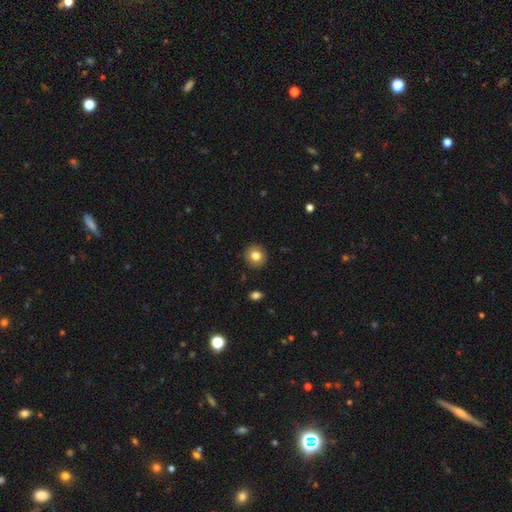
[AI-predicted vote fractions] Smooth or featured?
  - smooth: 81% *
  - star or artifact: 10%
  - featured or disk: 9%
How rounded?
  - round: 90% *
  - in between: 9%
  - cigar-shaped: 1%
Merging?
  - none: 91% *
  - minor disturbance: 6%
  - major disturbance: 2%
  - merger: 1%